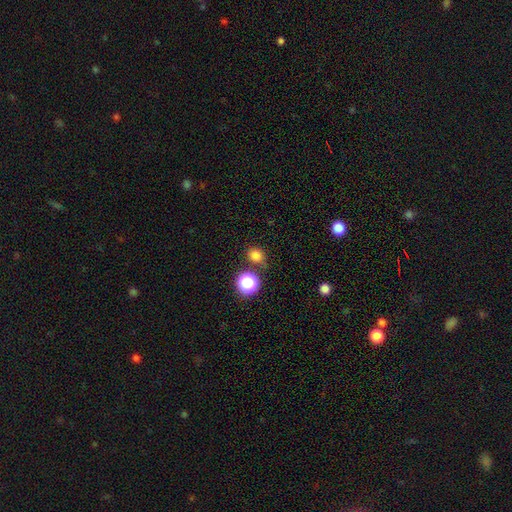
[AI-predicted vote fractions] smooth-or-featured: smooth: 79% | star or artifact: 17% | featured or disk: 4%
  how-rounded: round: 73% | in between: 26% | cigar-shaped: 1%
  merging: none: 75% | minor disturbance: 13% | merger: 8% | major disturbance: 4%